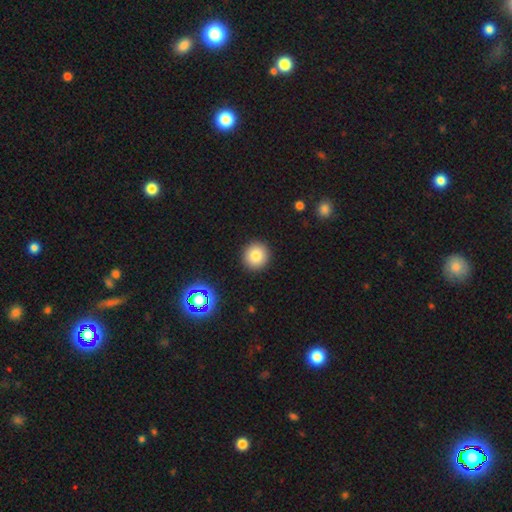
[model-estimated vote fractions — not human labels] Smooth or featured? smooth (81%)
How rounded? round (94%)
Merging? none (92%)